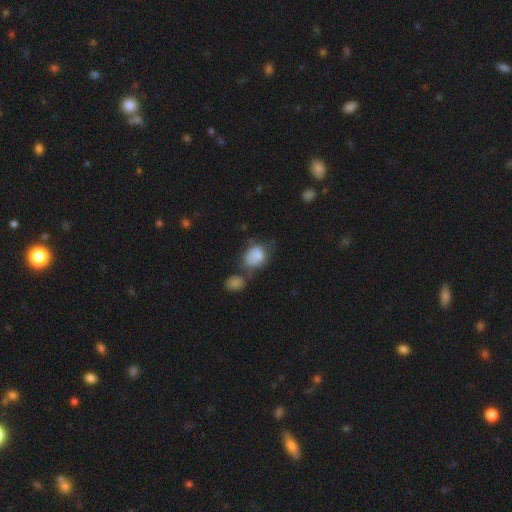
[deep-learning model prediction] Smooth or featured?
  - smooth: 80% *
  - featured or disk: 11%
  - star or artifact: 8%
How rounded?
  - in between: 64% *
  - round: 34%
  - cigar-shaped: 1%
Merging?
  - merger: 37% *
  - none: 29%
  - minor disturbance: 21%
  - major disturbance: 14%